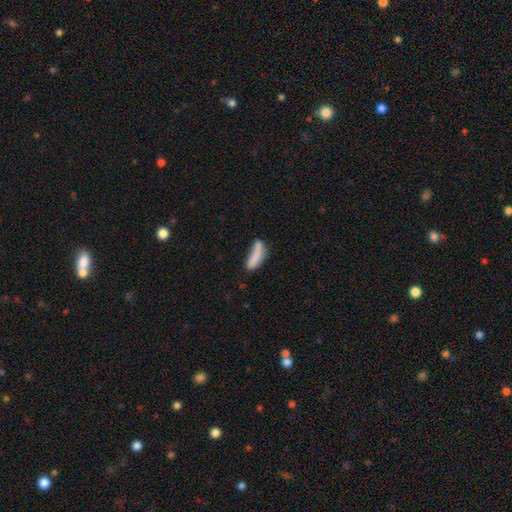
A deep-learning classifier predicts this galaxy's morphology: Smooth or featured: smooth — 77% (featured or disk — 15%)
How rounded: cigar-shaped — 56% (in between — 42%)
Merging: none — 45% (minor disturbance — 28%)